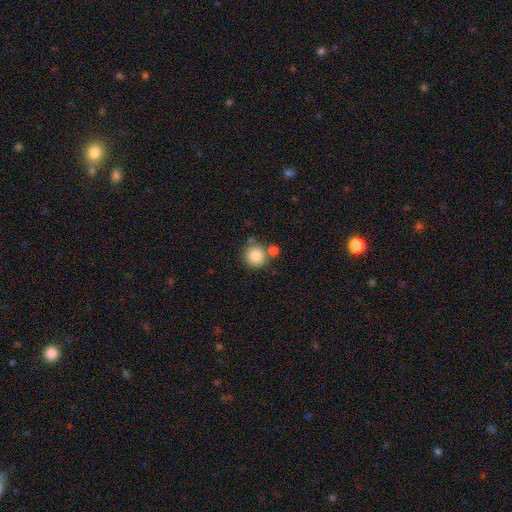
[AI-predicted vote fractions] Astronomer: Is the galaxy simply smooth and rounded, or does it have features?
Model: smooth — 85%.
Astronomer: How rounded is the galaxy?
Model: round — 93%.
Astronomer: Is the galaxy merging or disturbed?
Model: none — 66%.